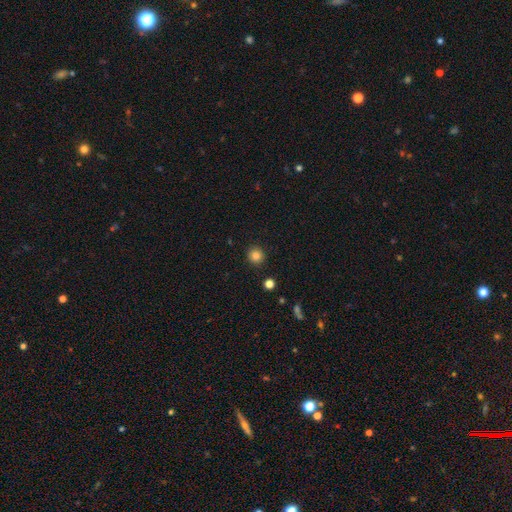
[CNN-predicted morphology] The model was most divided on "smooth or featured": smooth: 83%, star or artifact: 12%, featured or disk: 5%. More confident: how rounded — round (94%); merging — none (92%).